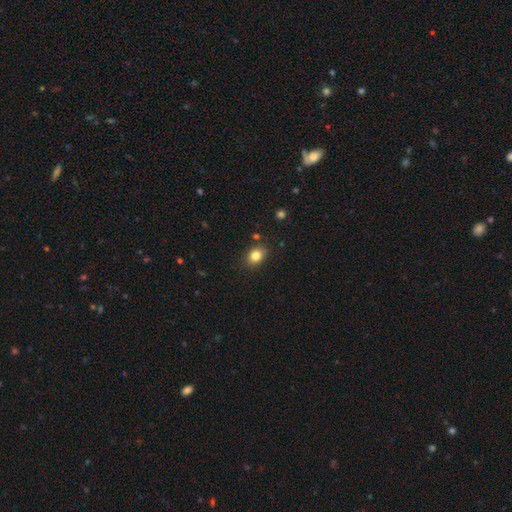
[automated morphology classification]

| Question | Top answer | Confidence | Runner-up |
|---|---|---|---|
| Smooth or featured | smooth | 81% | star or artifact (11%) |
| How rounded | in between | 61% | round (38%) |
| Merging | none | 82% | minor disturbance (12%) |